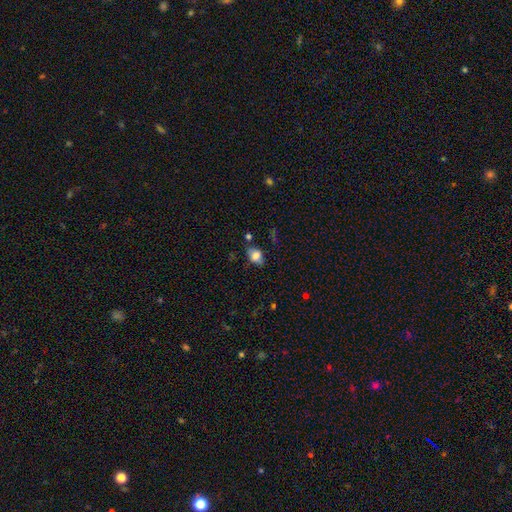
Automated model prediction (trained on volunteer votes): A smooth galaxy with no disk features (74%) that is in between round and cigar-shaped (75%). Merging: none (67%).